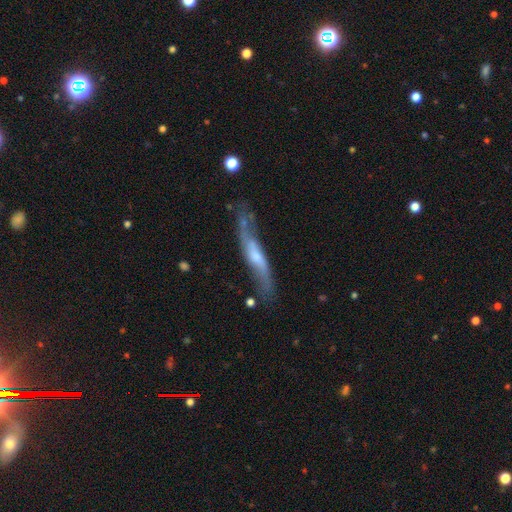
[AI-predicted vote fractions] Smooth or featured? featured or disk (66%)
Edge-on disk? yes (53%)
Merging? none (58%)